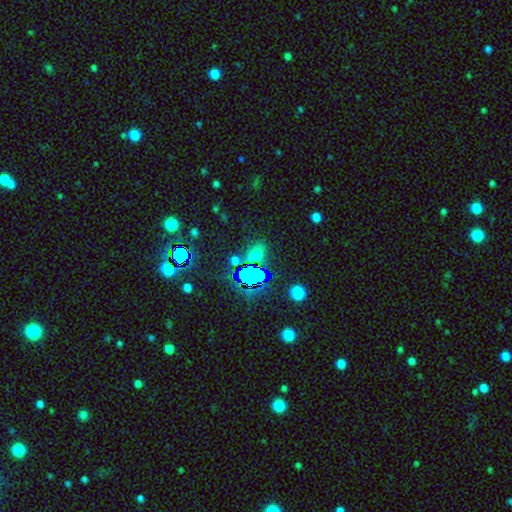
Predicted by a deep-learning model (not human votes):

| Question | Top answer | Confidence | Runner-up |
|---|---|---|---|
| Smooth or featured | star or artifact | 46% | smooth (45%) |